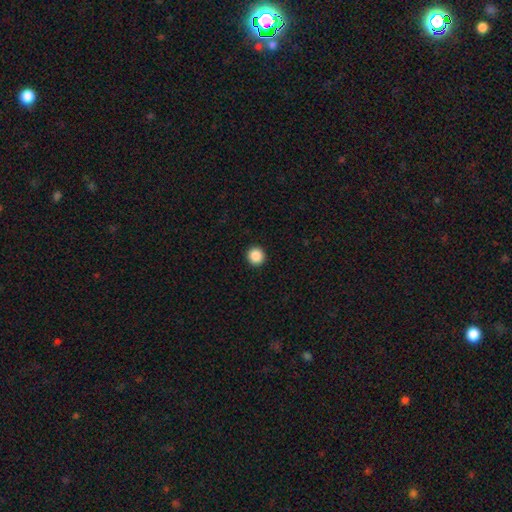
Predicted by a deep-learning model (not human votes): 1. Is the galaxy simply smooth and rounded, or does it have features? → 89% smooth, 9% star or artifact, 2% featured or disk.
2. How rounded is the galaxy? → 95% round, 4% in between, 1% cigar-shaped.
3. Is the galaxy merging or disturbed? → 93% none, 4% minor disturbance, 1% major disturbance, 1% merger.